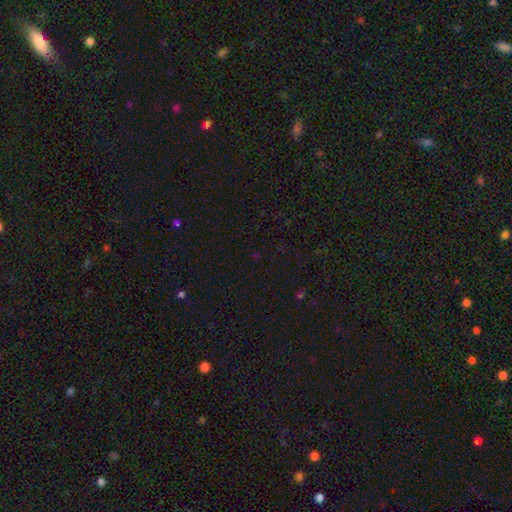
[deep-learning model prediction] star or artifact 69%, smooth 24%, featured or disk 7%.